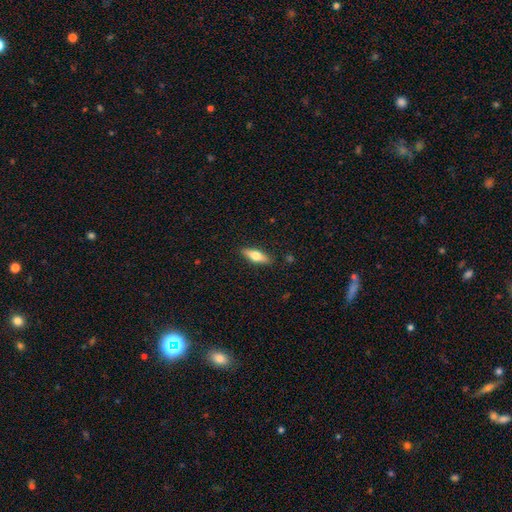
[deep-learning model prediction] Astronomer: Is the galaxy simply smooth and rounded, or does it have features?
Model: smooth — 58% (runner-up: featured or disk, 36%).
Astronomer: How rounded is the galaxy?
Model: in between — 54% (runner-up: cigar-shaped, 43%).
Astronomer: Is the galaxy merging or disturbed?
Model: none — 88%.